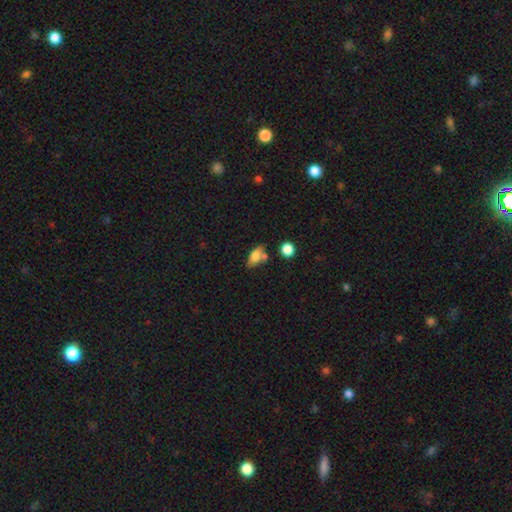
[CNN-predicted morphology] type=smooth (73%); roundness=in between (82%); merging=none (55%).